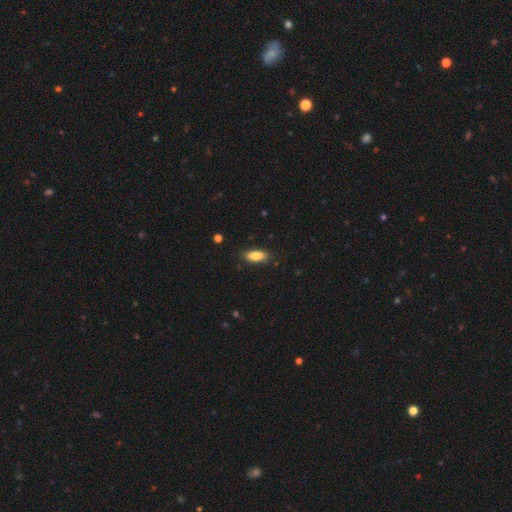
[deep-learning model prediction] smooth-or-featured: smooth: 83% | featured or disk: 11% | star or artifact: 7%
  how-rounded: in between: 77% | cigar-shaped: 20% | round: 2%
  merging: none: 86% | minor disturbance: 11% | major disturbance: 2% | merger: 1%